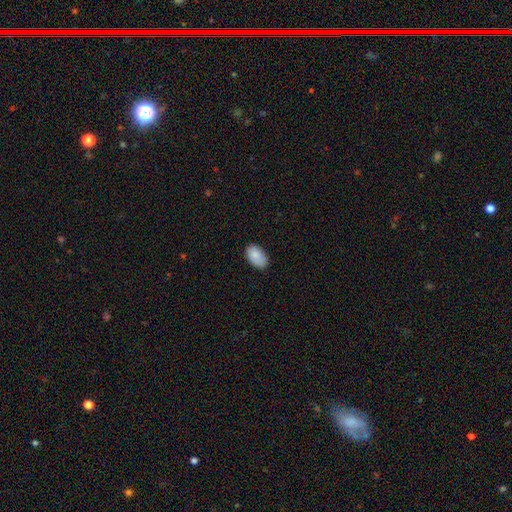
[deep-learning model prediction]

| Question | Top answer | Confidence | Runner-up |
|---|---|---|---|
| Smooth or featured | smooth | 87% | star or artifact (7%) |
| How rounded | in between | 94% | round (5%) |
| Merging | none | 80% | minor disturbance (17%) |